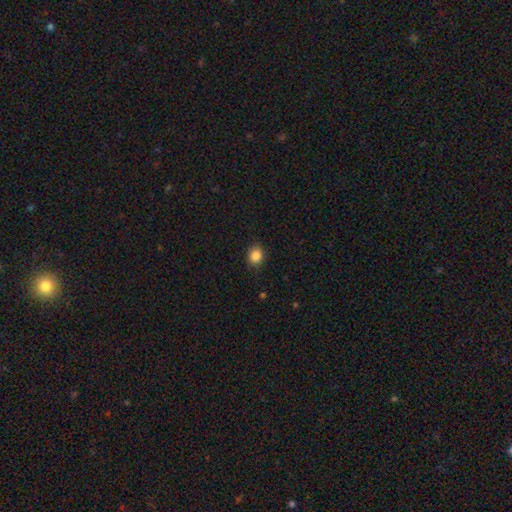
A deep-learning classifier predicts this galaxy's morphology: Smooth or featured? smooth (85%)
How rounded? round (56%)
Merging? none (86%)